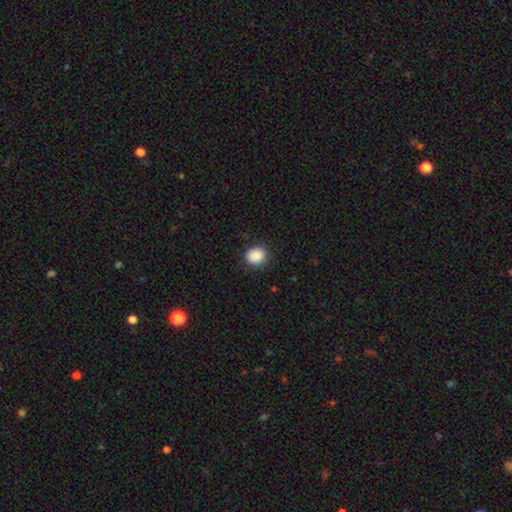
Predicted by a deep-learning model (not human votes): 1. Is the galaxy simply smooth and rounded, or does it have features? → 89% smooth, 8% star or artifact, 3% featured or disk.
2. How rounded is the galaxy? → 69% round, 30% in between, 1% cigar-shaped.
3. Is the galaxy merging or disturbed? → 86% none, 10% minor disturbance, 3% major disturbance, 1% merger.